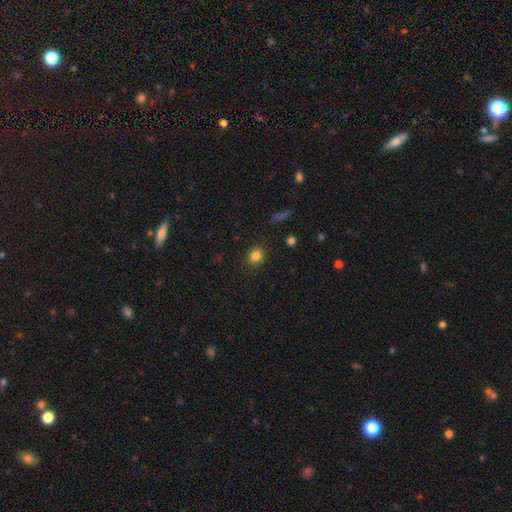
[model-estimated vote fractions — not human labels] Smooth or featured? smooth (83%)
How rounded? round (64%)
Merging? none (88%)